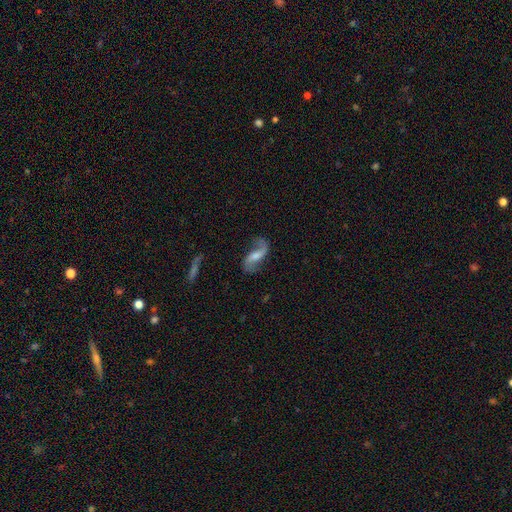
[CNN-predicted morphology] This is clearly a featured or disk galaxy (84%). It is clearly not viewed edge-on (95%). Bar: possibly weak (46%). Spiral arm pattern: clearly yes (95%). Spiral arm count: clearly 2 (91%). Spiral winding: clearly loose (82%). Central bulge: marginally moderate (42%). Merging: likely none (75%).